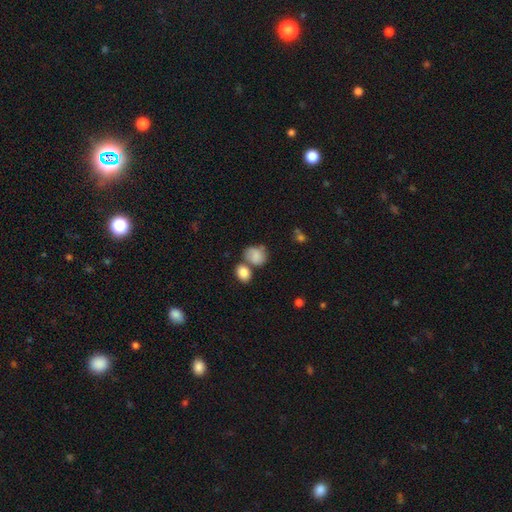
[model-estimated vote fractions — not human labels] Morphology: type=smooth (80%); roundness=round (55%); merging=none (42%).